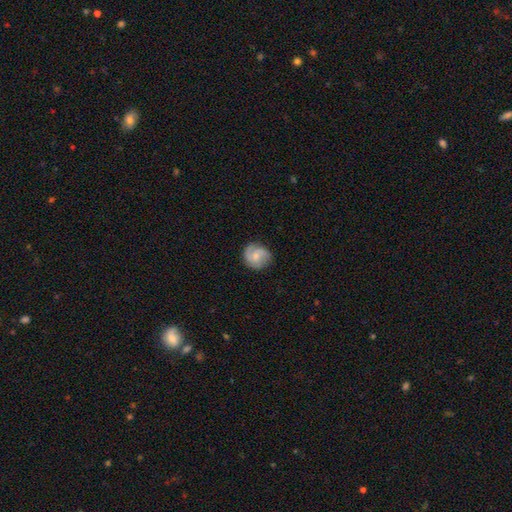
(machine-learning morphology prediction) featured or disk 59%, smooth 34%, star or artifact 7%. Down the decision tree: edge-on disk — no (98%); bar — no (61%); spiral arms — yes (92%); spiral arm count — 2 (58%); spiral winding — medium (47%); bulge size — small (49%); merging — none (78%).